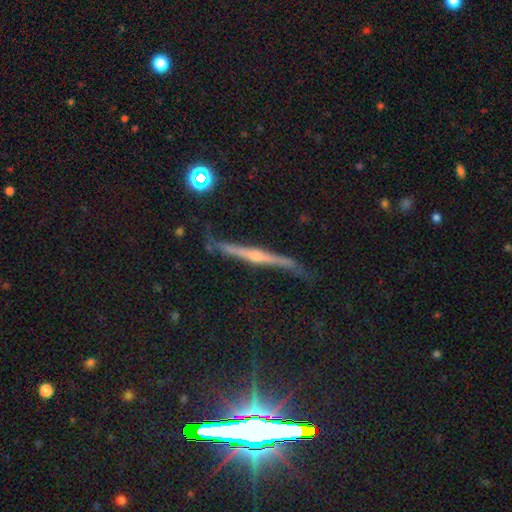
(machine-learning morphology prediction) featured or disk 76%, smooth 15%, star or artifact 9%. Down the decision tree: edge-on disk — yes (93%); edge-on bulge — rounded (72%); merging — none (67%).